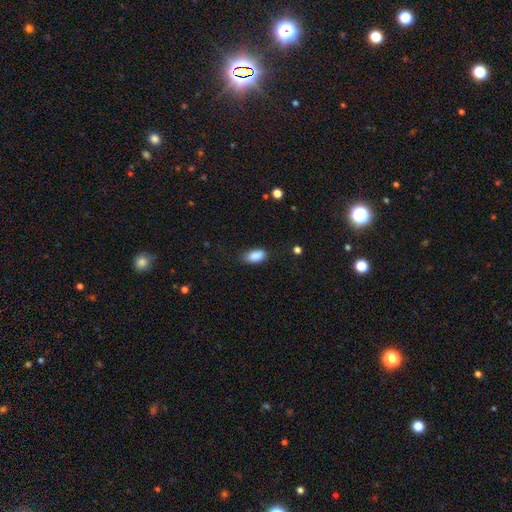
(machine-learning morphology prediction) Q: Smooth or featured?
A: smooth (88%); runner-up: star or artifact (8%)
Q: How rounded?
A: in between (91%); runner-up: cigar-shaped (4%)
Q: Merging?
A: none (70%); runner-up: minor disturbance (23%)